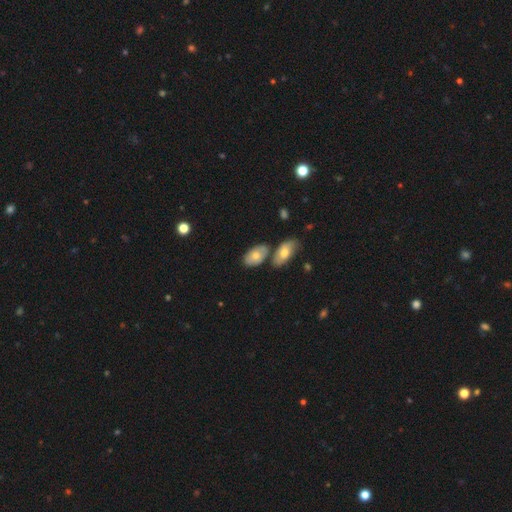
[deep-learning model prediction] Q: Smooth or featured?
A: smooth (69%); runner-up: featured or disk (24%)
Q: How rounded?
A: in between (92%); runner-up: round (6%)
Q: Merging?
A: none (60%); runner-up: merger (23%)